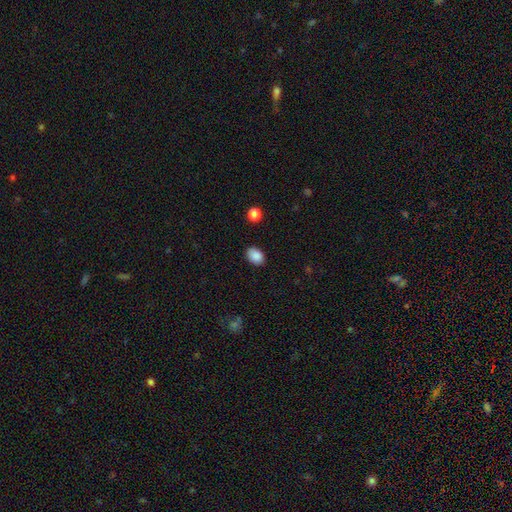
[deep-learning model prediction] smooth_or_featured: smooth (p=0.88) [alt: star or artifact p=0.08]
how_rounded: in between (p=0.78) [alt: round p=0.21]
merging: none (p=0.86) [alt: minor disturbance p=0.10]